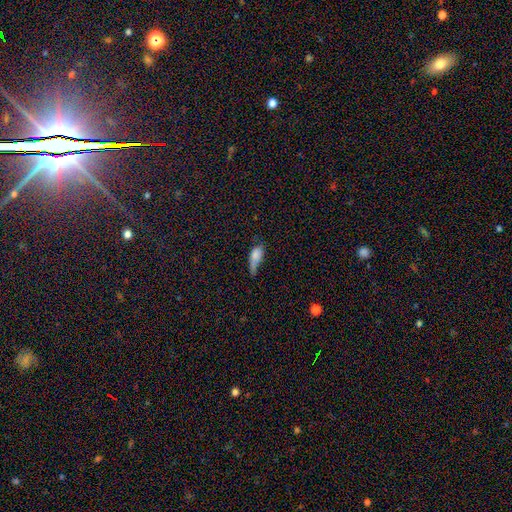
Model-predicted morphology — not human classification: type=smooth (74%); roundness=in between (75%); merging=minor disturbance (35%).